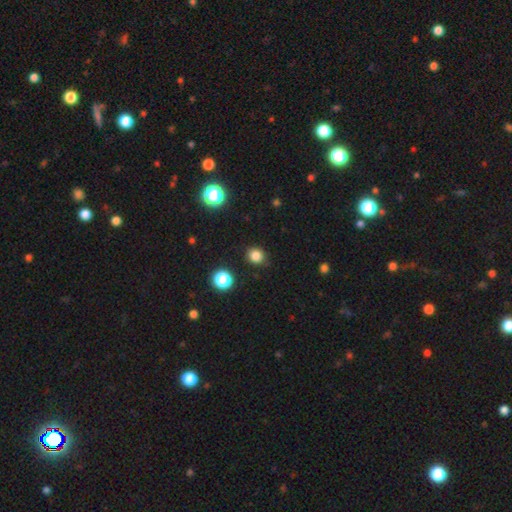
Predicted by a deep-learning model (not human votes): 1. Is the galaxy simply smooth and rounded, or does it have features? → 82% smooth, 14% star or artifact, 4% featured or disk.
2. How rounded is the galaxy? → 85% round, 14% in between, 1% cigar-shaped.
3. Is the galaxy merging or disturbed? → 89% none, 7% minor disturbance, 2% major disturbance, 2% merger.